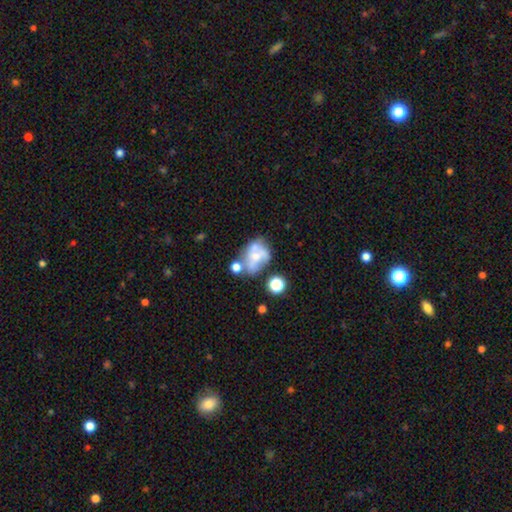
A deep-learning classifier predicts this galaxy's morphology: A featured or disk galaxy (47%). Merging: merger (34%).